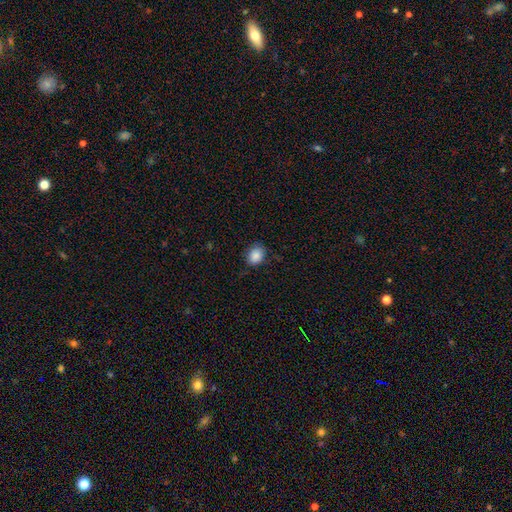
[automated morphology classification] This is clearly a smooth galaxy (87%). How rounded: possibly round (51%). Merging: clearly none (81%).